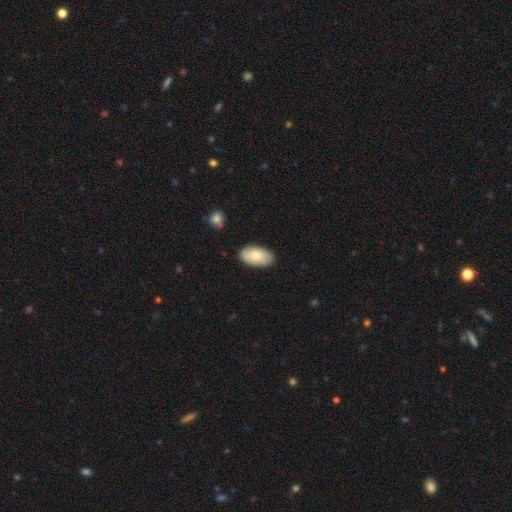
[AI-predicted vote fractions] Overall: smooth (72%). How rounded: in between (95%). Merging: none (83%).